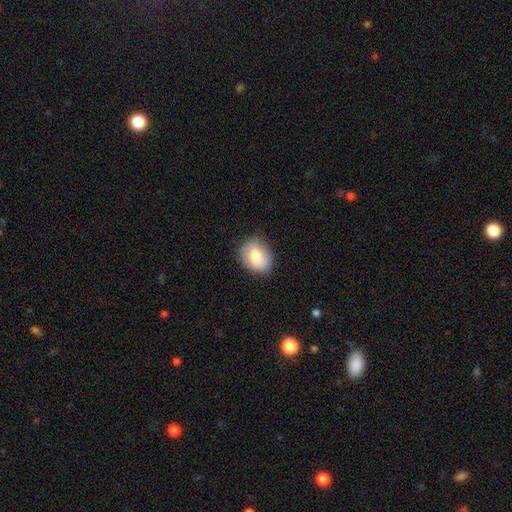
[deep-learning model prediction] smooth 77%, featured or disk 16%, star or artifact 8%. Down the decision tree: how rounded — in between (52%); merging — none (81%).